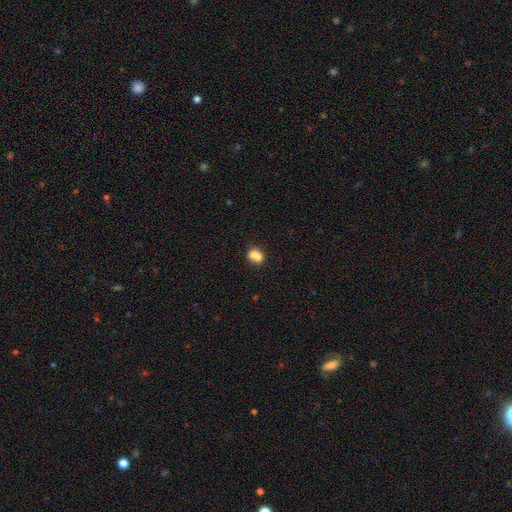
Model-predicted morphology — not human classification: Smooth or featured? Predicted: smooth (p=0.74). How rounded? Predicted: round (p=0.51). Merging? Predicted: merger (p=0.53).